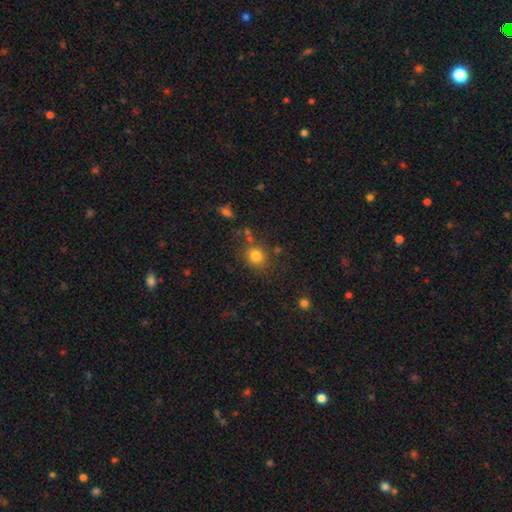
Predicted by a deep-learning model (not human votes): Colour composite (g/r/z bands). It shows a smooth galaxy with no disk features (80%) that is round (83%). Merging: none (77%).